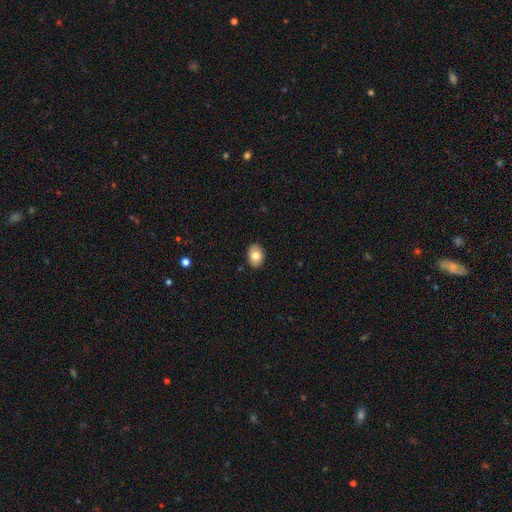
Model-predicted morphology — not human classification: Smooth or featured? Predicted: smooth (p=0.80). How rounded? Predicted: in between (p=0.76). Merging? Predicted: none (p=0.89).